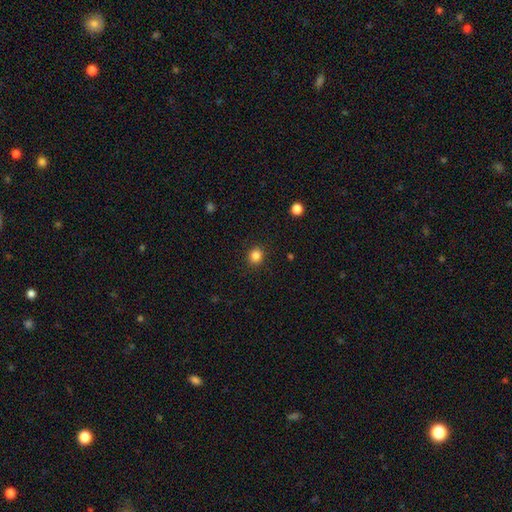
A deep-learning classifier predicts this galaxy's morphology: smooth_or_featured: smooth (p=0.85) [alt: star or artifact p=0.11]
how_rounded: round (p=0.83) [alt: in between p=0.16]
merging: none (p=0.90) [alt: minor disturbance p=0.06]